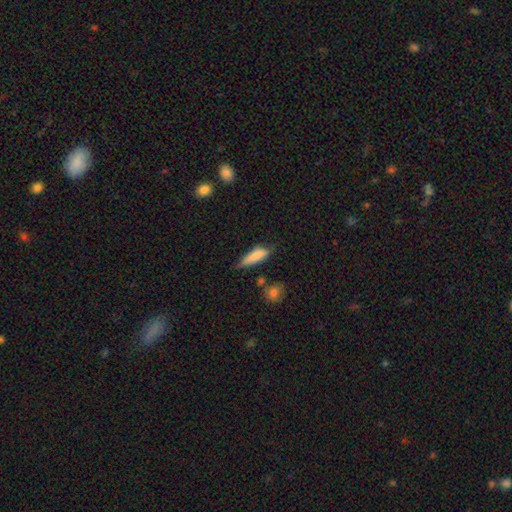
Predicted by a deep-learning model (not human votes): Smooth or featured? Predicted: smooth (p=0.80). How rounded? Predicted: cigar-shaped (p=0.53). Merging? Predicted: none (p=0.51).